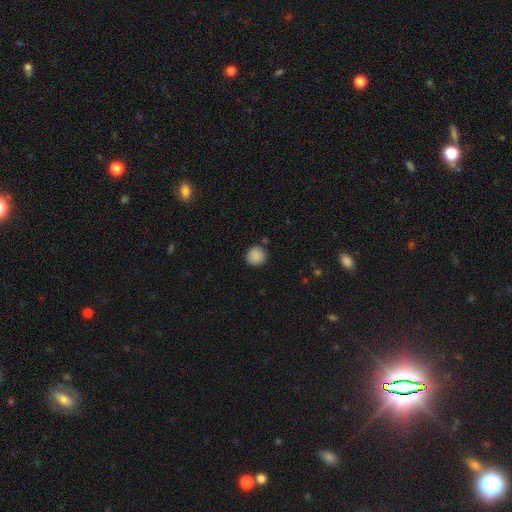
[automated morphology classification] Smooth or featured: smooth — 88% (star or artifact — 9%)
How rounded: round — 91% (in between — 8%)
Merging: none — 85% (minor disturbance — 9%)